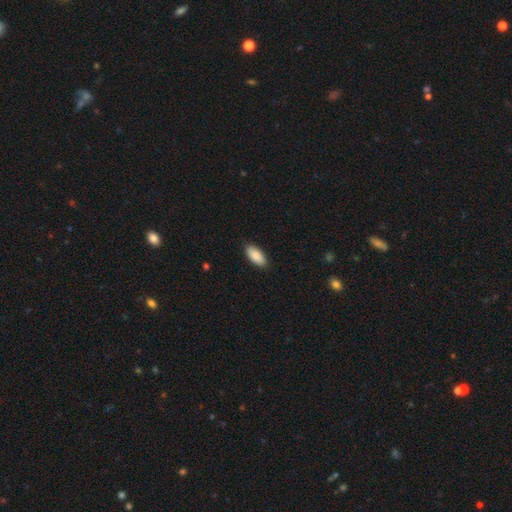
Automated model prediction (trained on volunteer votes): Smooth or featured: smooth — 88% (featured or disk — 6%)
How rounded: in between — 89% (cigar-shaped — 9%)
Merging: none — 88% (minor disturbance — 10%)